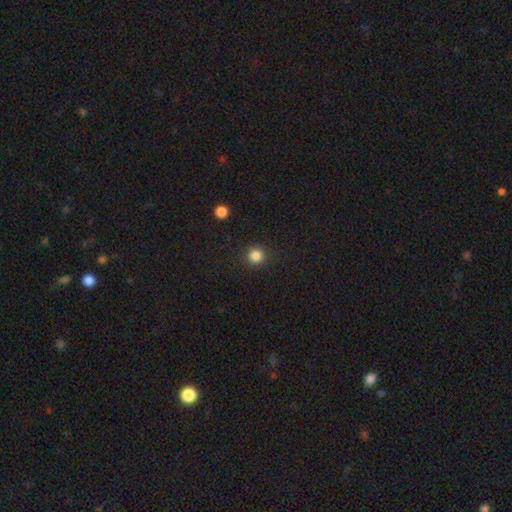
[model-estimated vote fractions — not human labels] This appears to be a smooth galaxy with no disk features (85%) that is round (94%). Merging: none (91%).